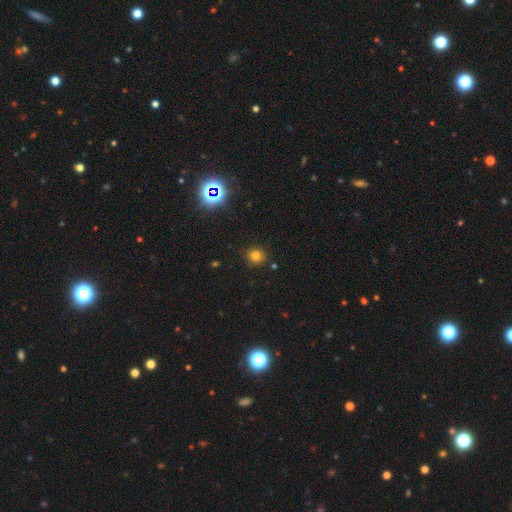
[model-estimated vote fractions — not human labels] smooth-or-featured: smooth: 75% | star or artifact: 18% | featured or disk: 7%
  how-rounded: round: 90% | in between: 9% | cigar-shaped: 1%
  merging: none: 89% | minor disturbance: 7% | major disturbance: 2% | merger: 2%